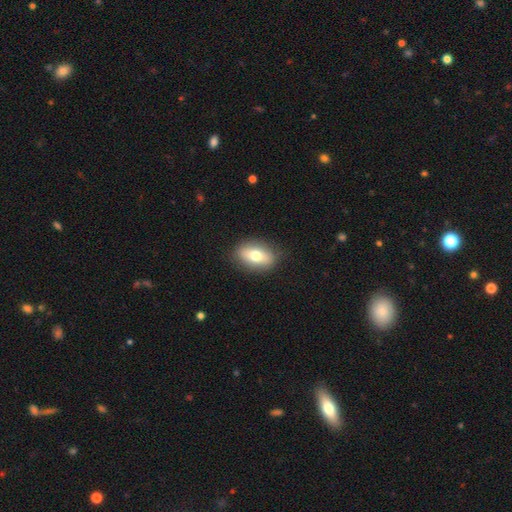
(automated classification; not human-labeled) Smooth or featured? smooth (69%)
How rounded? in between (82%)
Merging? none (85%)